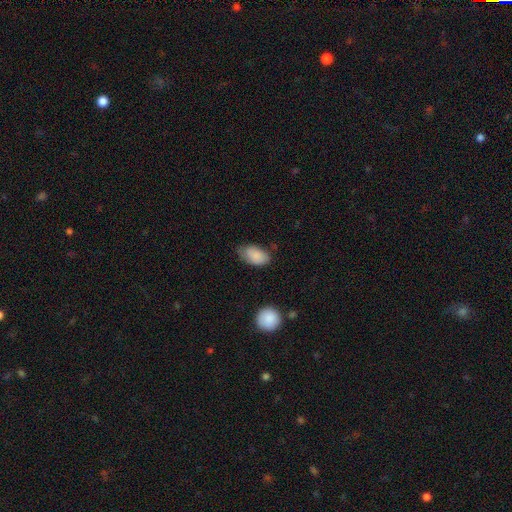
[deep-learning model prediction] The model was most divided on "merging": none: 59%, minor disturbance: 32%, major disturbance: 7%, merger: 2%. More confident: how rounded — in between (93%); smooth or featured — smooth (86%).